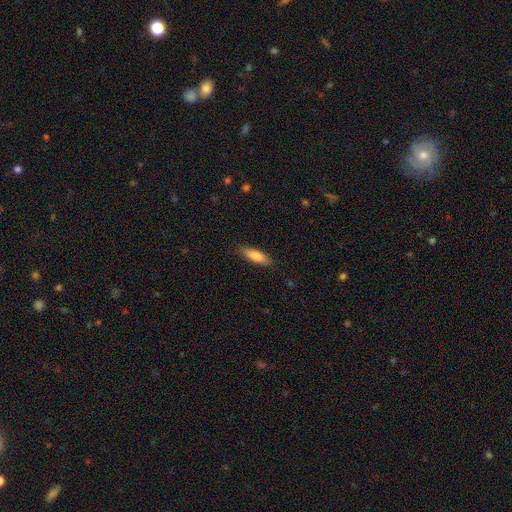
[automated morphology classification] A smooth galaxy with no disk features (77%) that is cigar-shaped (54%).

Vote fractions:
- Smooth or featured? smooth: 77% / featured or disk: 17% / star or artifact: 6%
- How rounded? cigar-shaped: 54% / in between: 44% / round: 2%
- Merging? none: 87% / minor disturbance: 10% / major disturbance: 2% / merger: 1%